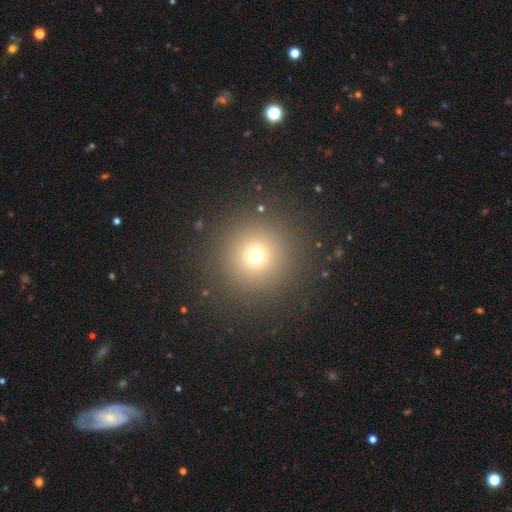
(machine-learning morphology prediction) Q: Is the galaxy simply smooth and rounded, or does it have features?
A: smooth — 70%.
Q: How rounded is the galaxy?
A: round — 96%.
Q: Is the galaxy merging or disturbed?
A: none — 89%.